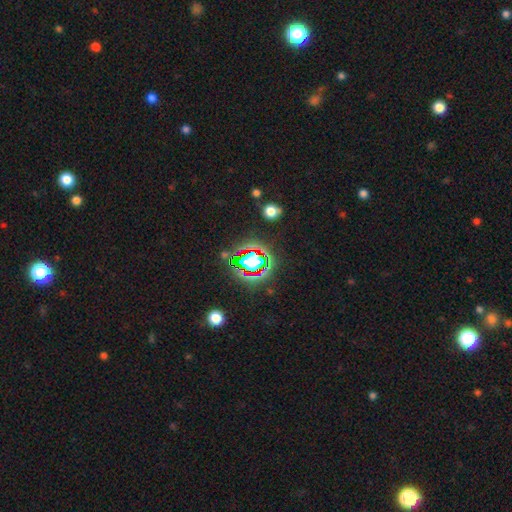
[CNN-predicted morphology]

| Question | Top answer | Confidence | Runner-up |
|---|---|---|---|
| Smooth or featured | star or artifact | 67% | smooth (21%) |